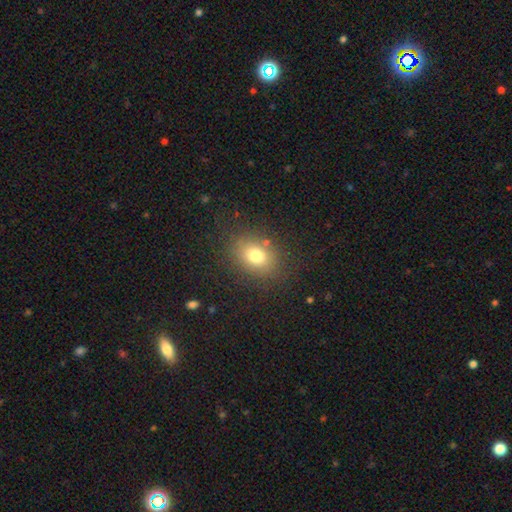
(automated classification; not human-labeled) Smooth or featured: smooth — 76% (star or artifact — 13%)
How rounded: in between — 59% (round — 40%)
Merging: none — 81% (minor disturbance — 12%)